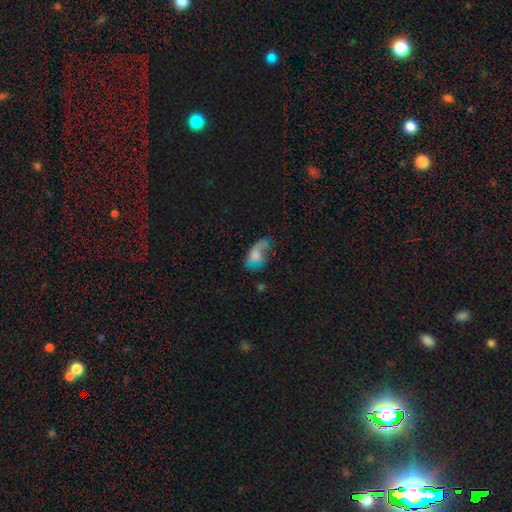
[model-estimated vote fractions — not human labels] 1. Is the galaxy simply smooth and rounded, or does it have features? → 59% smooth, 31% featured or disk, 11% star or artifact.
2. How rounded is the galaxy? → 90% in between, 7% round, 3% cigar-shaped.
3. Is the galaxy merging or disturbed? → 34% none, 31% minor disturbance, 30% major disturbance, 5% merger.